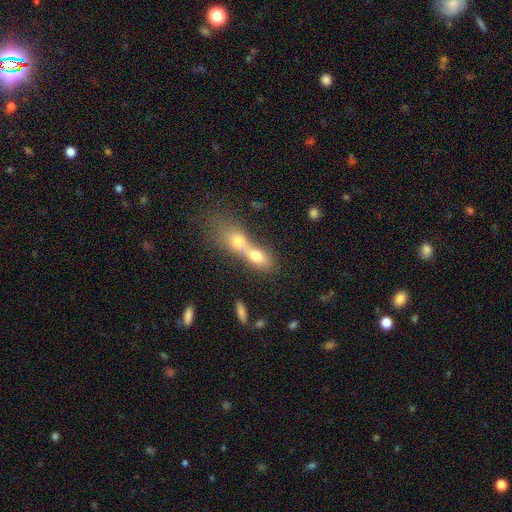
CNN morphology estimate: Q: Smooth or featured?
A: smooth (71%); runner-up: featured or disk (20%)
Q: How rounded?
A: in between (70%); runner-up: round (18%)
Q: Merging?
A: merger (74%); runner-up: none (17%)